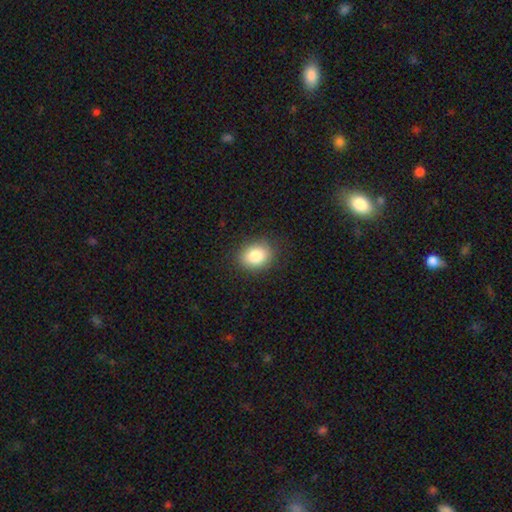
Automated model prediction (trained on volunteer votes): Overall: smooth (85%). How rounded: in between (50%; round 49%). Merging: none (86%).